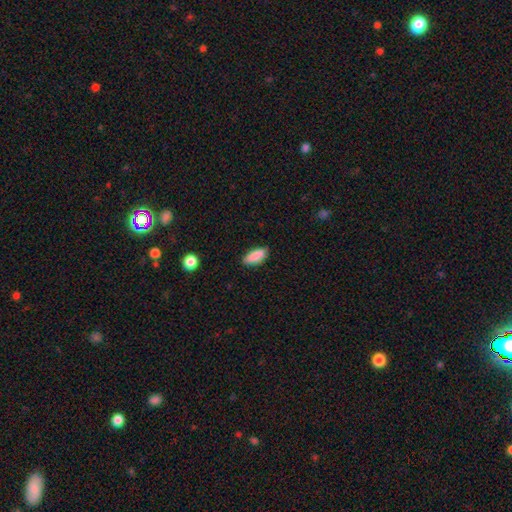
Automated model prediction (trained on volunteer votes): Smooth or featured?
  - smooth: 88% *
  - star or artifact: 7%
  - featured or disk: 6%
How rounded?
  - in between: 74% *
  - cigar-shaped: 24%
  - round: 2%
Merging?
  - none: 83% *
  - minor disturbance: 13%
  - major disturbance: 2%
  - merger: 1%